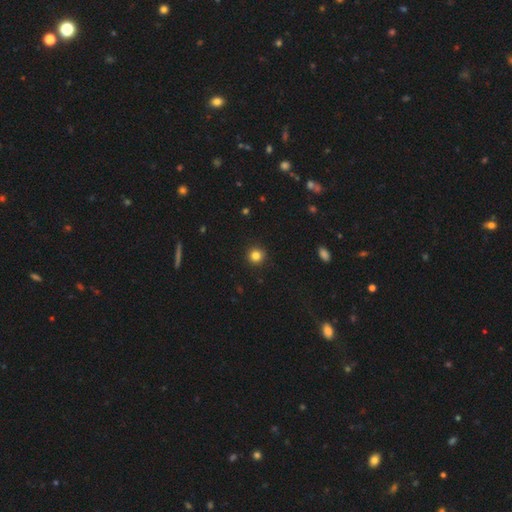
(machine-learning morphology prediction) smooth 83%, star or artifact 13%, featured or disk 5%. Down the decision tree: how rounded — round (95%); merging — none (92%).